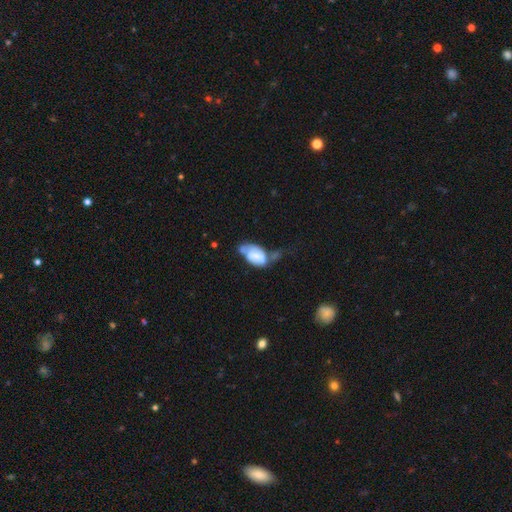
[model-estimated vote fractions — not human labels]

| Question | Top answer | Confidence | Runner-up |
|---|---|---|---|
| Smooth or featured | smooth | 52% | featured or disk (41%) |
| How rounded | in between | 93% | round (5%) |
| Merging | minor disturbance | 30% | major disturbance (27%) |